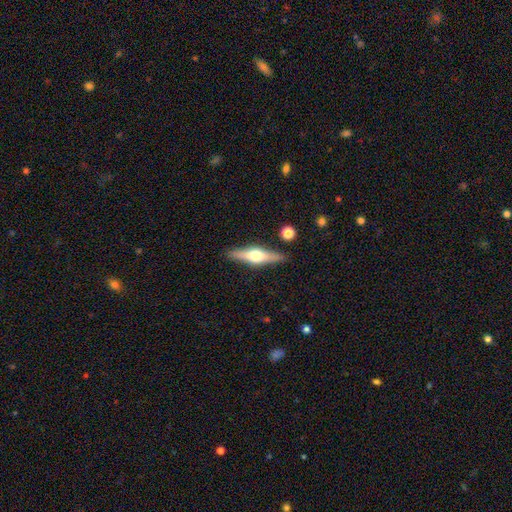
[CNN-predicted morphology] featured or disk 66%, smooth 28%, star or artifact 6%. Down the decision tree: edge-on disk — yes (96%); edge-on bulge — rounded (92%); merging — none (87%).